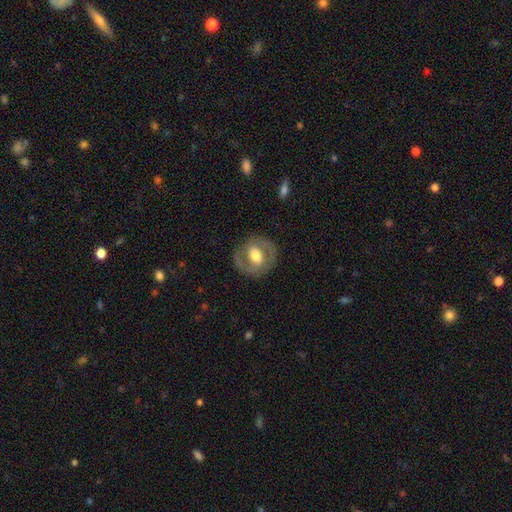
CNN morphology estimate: Smooth or featured? Predicted: featured or disk (p=0.55). Edge-on disk? Predicted: no (p=0.95). Bar? Predicted: no (p=0.42). Spiral arms? Predicted: no (p=0.61). Bulge size? Predicted: moderate (p=0.64). Merging? Predicted: none (p=0.81).